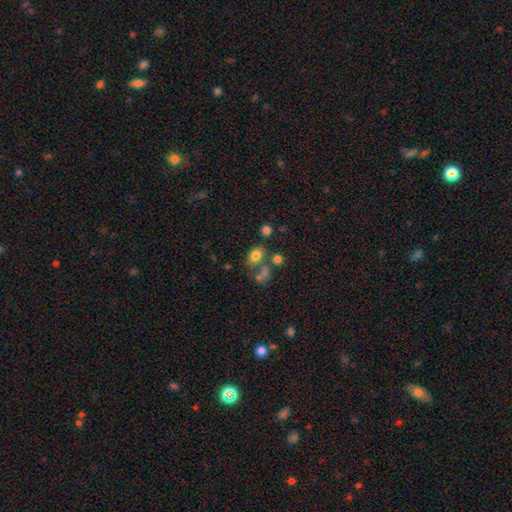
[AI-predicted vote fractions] smooth-or-featured: smooth: 76% | star or artifact: 13% | featured or disk: 11%
  how-rounded: in between: 68% | round: 31% | cigar-shaped: 1%
  merging: none: 57% | merger: 21% | minor disturbance: 14% | major disturbance: 8%